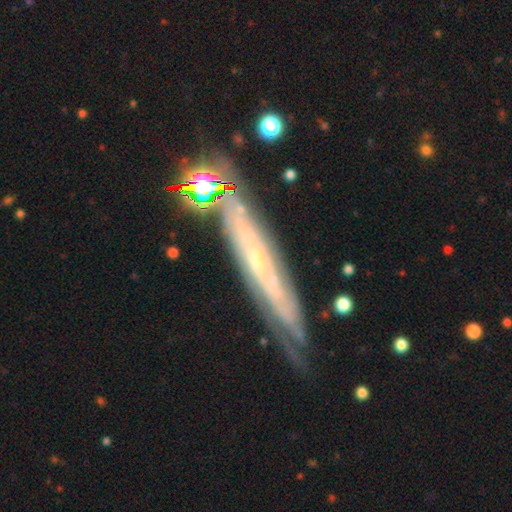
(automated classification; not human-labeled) This appears to be a featured or disk galaxy (72%) viewed edge-on (62%). Merging: none (74%).